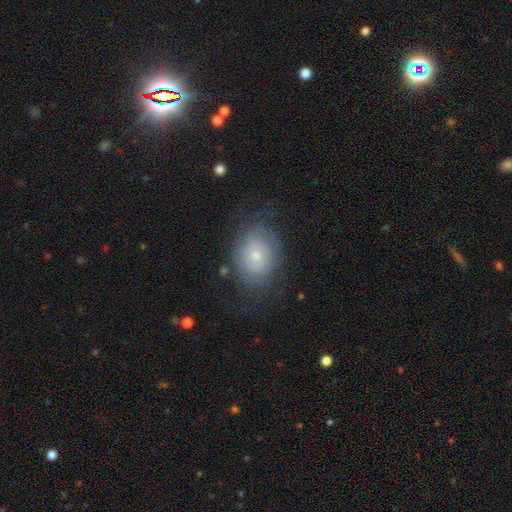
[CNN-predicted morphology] This is likely a featured or disk galaxy (62%). It is clearly not viewed edge-on (96%). Bar: likely no (73%). Spiral arm pattern: clearly yes (84%). Spiral arm count: possibly can't tell (49%). Spiral winding: likely tight (64%). Central bulge: likely small (67%). Merging: likely none (68%).